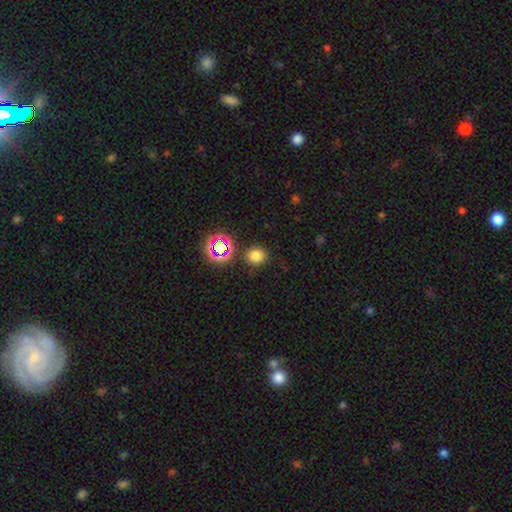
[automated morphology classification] smooth_or_featured: smooth (p=0.73) [alt: star or artifact p=0.21]
how_rounded: round (p=0.82) [alt: in between p=0.17]
merging: none (p=0.84) [alt: minor disturbance p=0.09]